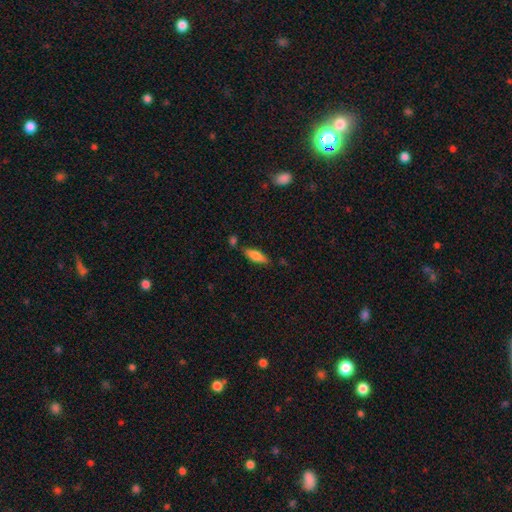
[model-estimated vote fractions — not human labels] Smooth or featured? Predicted: smooth (p=0.77). How rounded? Predicted: in between (p=0.61). Merging? Predicted: none (p=0.76).